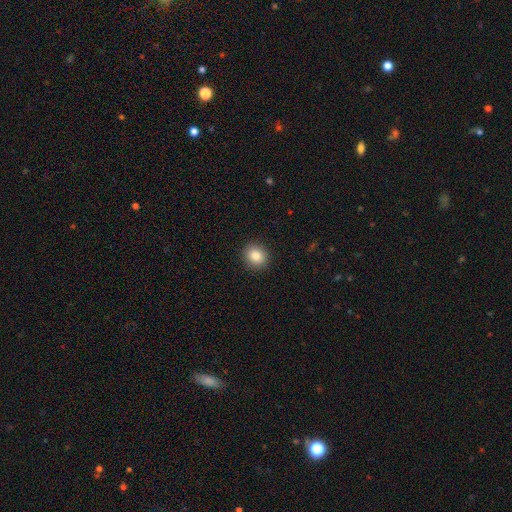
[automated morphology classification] Smooth or featured?
  - smooth: 85% *
  - star or artifact: 9%
  - featured or disk: 5%
How rounded?
  - round: 75% *
  - in between: 24%
  - cigar-shaped: 1%
Merging?
  - none: 91% *
  - minor disturbance: 6%
  - major disturbance: 2%
  - merger: 1%